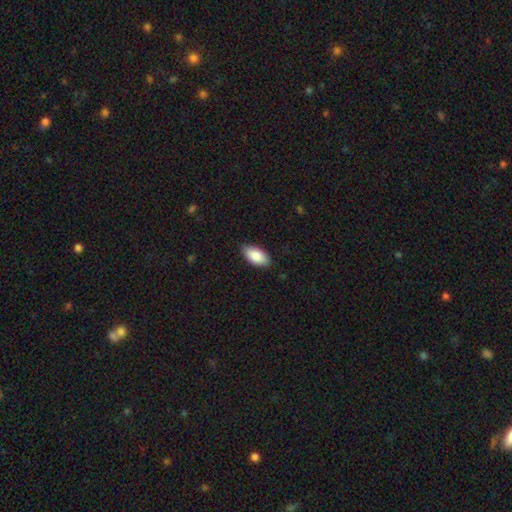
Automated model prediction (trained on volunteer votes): smooth_or_featured: smooth (p=0.85) [alt: featured or disk p=0.09]
how_rounded: in between (p=0.94) [alt: cigar-shaped p=0.04]
merging: none (p=0.85) [alt: minor disturbance p=0.12]